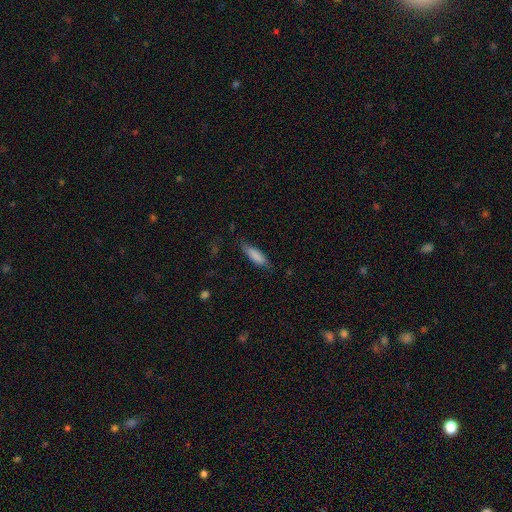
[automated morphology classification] A smooth galaxy with no disk features (84%) that is in between round and cigar-shaped (52%). Merging: none (67%).